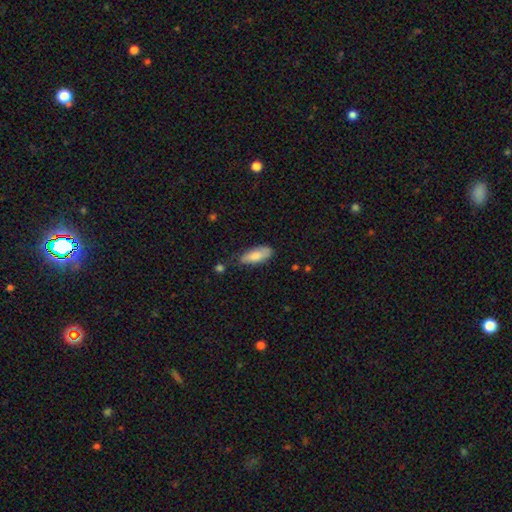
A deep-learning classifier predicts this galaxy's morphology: smooth-or-featured: smooth: 82% | featured or disk: 12% | star or artifact: 6%
  how-rounded: in between: 78% | cigar-shaped: 20% | round: 2%
  merging: none: 67% | minor disturbance: 26% | major disturbance: 5% | merger: 3%